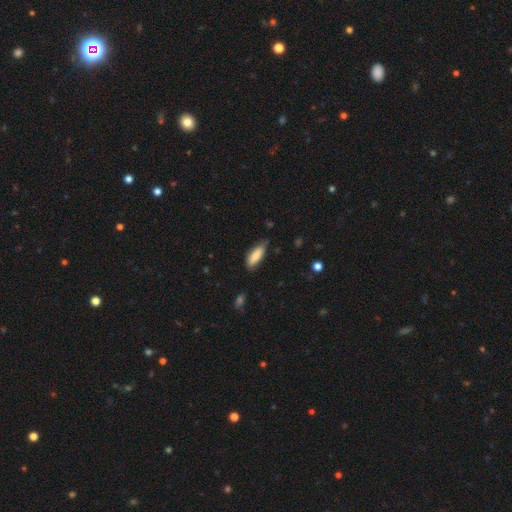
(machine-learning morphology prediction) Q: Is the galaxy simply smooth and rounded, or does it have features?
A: smooth — 80%.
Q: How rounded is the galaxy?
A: in between — 69%.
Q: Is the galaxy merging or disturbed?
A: none — 71%.